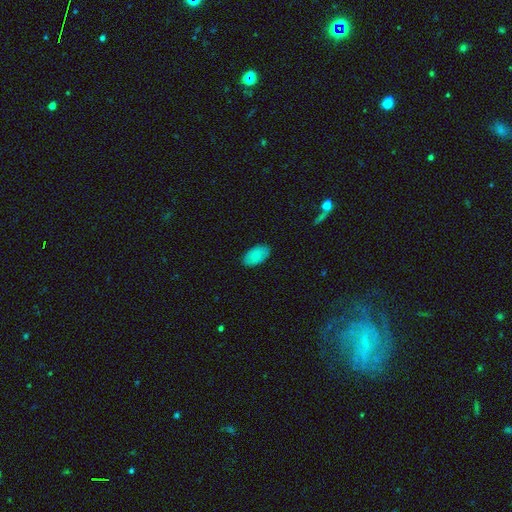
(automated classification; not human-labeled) smooth_or_featured: smooth (p=0.84) [alt: featured or disk p=0.09]
how_rounded: in between (p=0.94) [alt: round p=0.04]
merging: none (p=0.87) [alt: minor disturbance p=0.10]